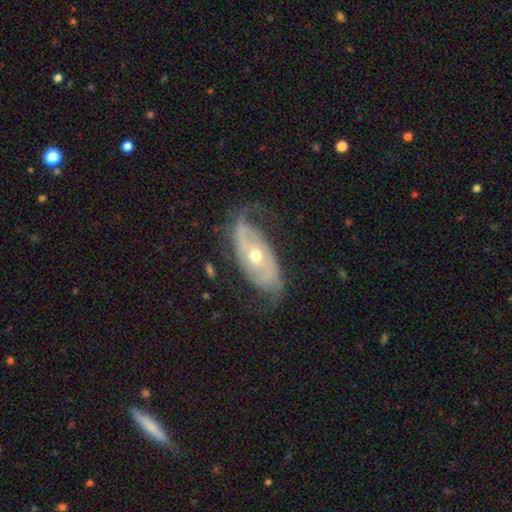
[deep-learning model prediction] Smooth or featured? featured or disk (80%)
Edge-on disk? no (91%)
Bar? no (64%)
Spiral arms? yes (87%)
Spiral winding? loose (40%)
Spiral arm count? 2 (77%)
Bulge size? moderate (64%)
Merging? none (61%)